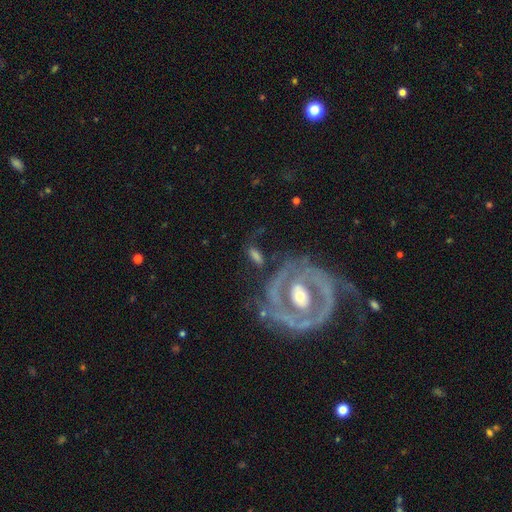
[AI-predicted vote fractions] Overall: featured or disk (73%). Edge-on disk: no (93%). Bar: no (46%; weak 28%). Spiral arms: yes (72%). Bulge size: moderate (61%; small 25%). Merging: none (63%).